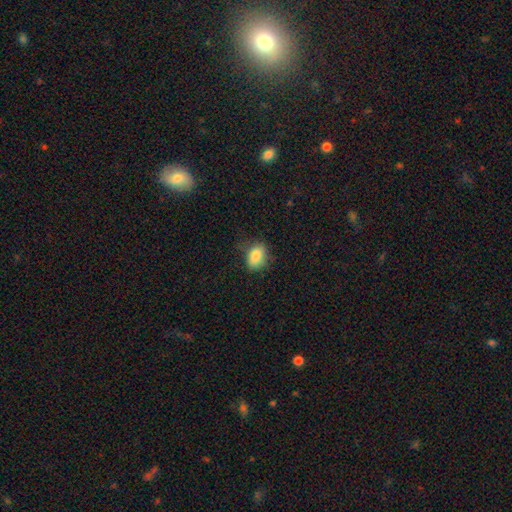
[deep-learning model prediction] This is clearly a smooth galaxy (86%). How rounded: likely in between (80%). Merging: likely none (71%).